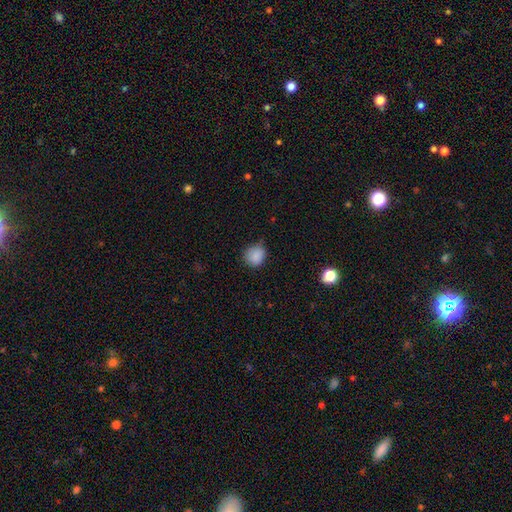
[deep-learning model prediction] This is clearly a smooth galaxy (86%). How rounded: likely round (76%). Merging: likely none (68%).